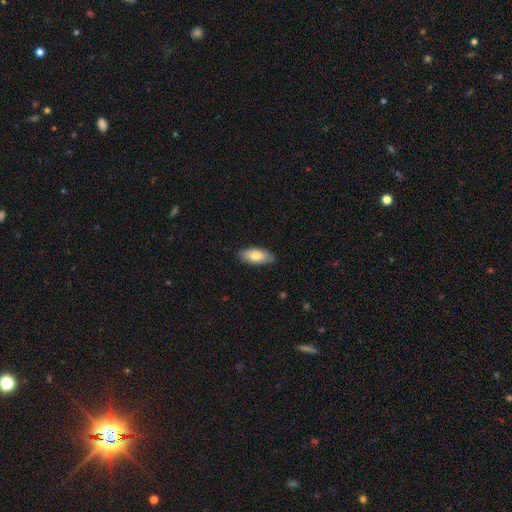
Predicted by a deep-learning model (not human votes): This is likely a smooth galaxy (78%). How rounded: clearly in between (87%). Merging: clearly none (86%).